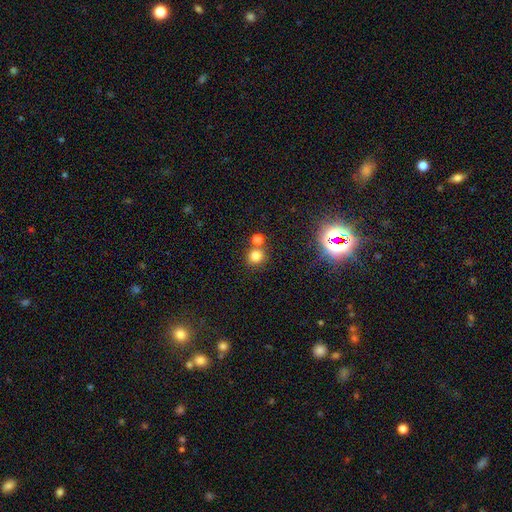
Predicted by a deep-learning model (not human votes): Smooth or featured? smooth (78%)
How rounded? round (84%)
Merging? none (64%)